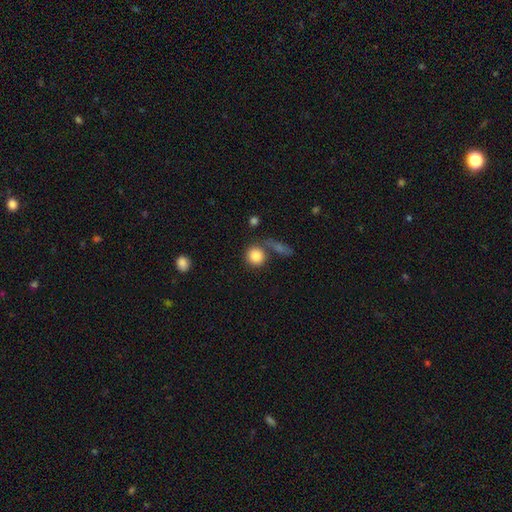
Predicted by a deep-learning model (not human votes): Smooth or featured? Predicted: smooth (p=0.85). How rounded? Predicted: round (p=0.88). Merging? Predicted: none (p=0.66).